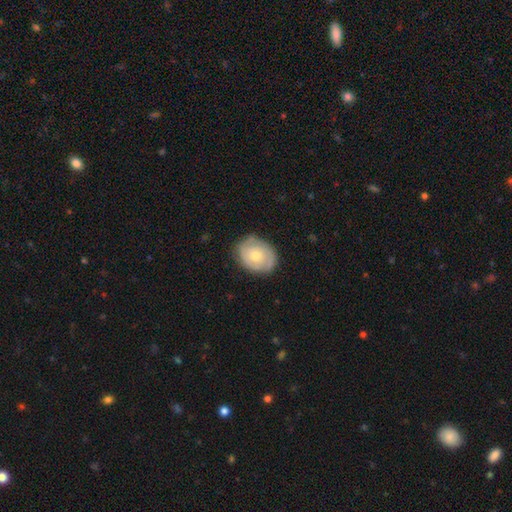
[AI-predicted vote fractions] Smooth or featured? smooth (47%)
Merging? none (74%)